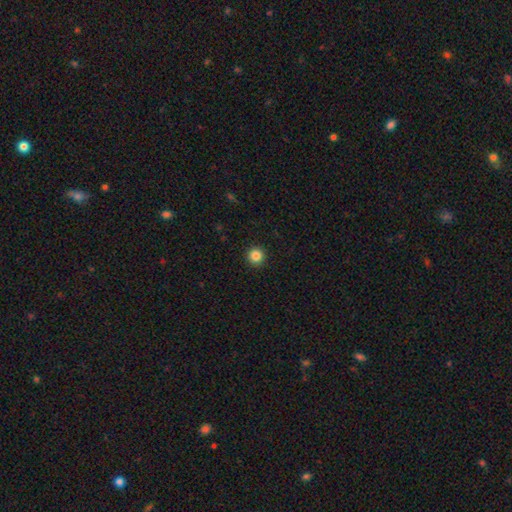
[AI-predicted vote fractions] Smooth or featured? smooth (85%)
How rounded? round (96%)
Merging? none (93%)